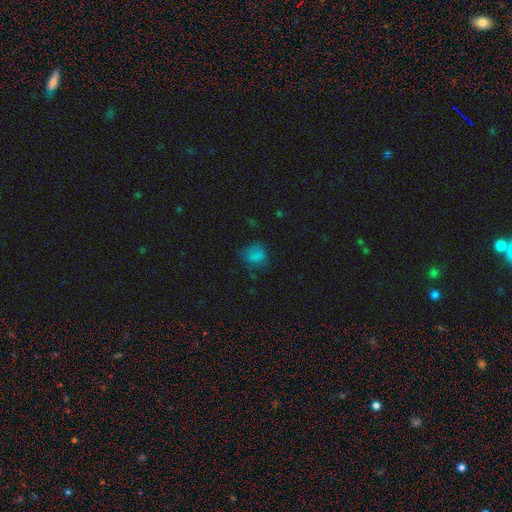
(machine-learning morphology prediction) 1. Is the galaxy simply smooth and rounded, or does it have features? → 74% smooth, 17% star or artifact, 9% featured or disk.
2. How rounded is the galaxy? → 61% round, 38% in between, 1% cigar-shaped.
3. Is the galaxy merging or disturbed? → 61% none, 24% minor disturbance, 12% major disturbance, 2% merger.